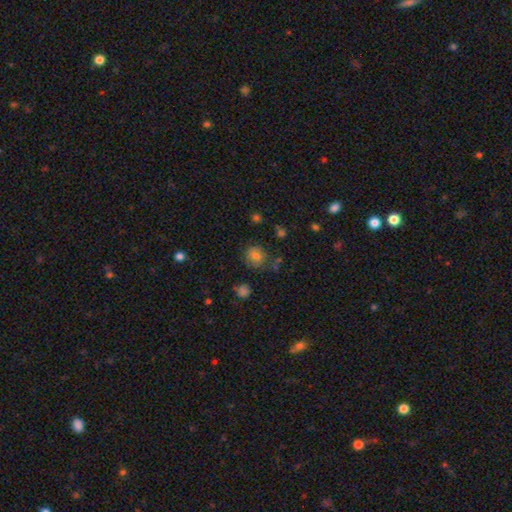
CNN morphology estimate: Smooth or featured? smooth (76%)
How rounded? round (82%)
Merging? none (73%)